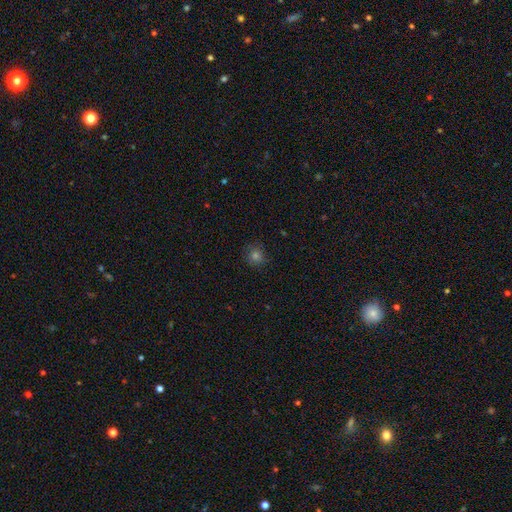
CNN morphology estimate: Smooth or featured? smooth (69%)
How rounded? round (91%)
Merging? none (86%)